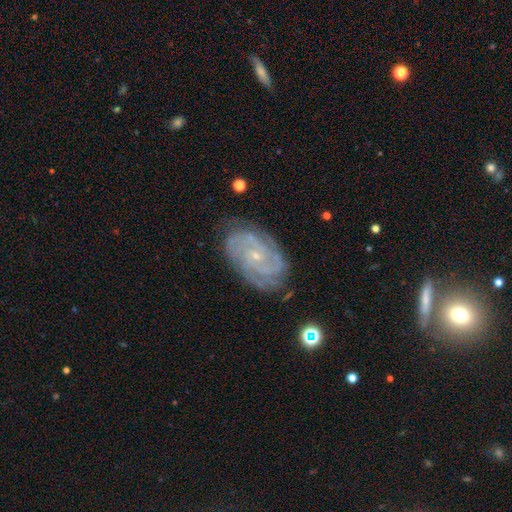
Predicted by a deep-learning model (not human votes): Smooth or featured?
  - featured or disk: 86% *
  - smooth: 7%
  - star or artifact: 7%
Edge-on disk?
  - no: 97% *
  - yes: 3%
Bar?
  - no: 70% *
  - weak: 25%
  - strong: 6%
Spiral arms?
  - yes: 97% *
  - no: 3%
Spiral winding?
  - tight: 68% *
  - medium: 27%
  - loose: 5%
Spiral arm count?
  - 3: 23% *
  - 2: 22%
  - can't tell: 22%
  - 4: 19%
  - more than 4: 8%
  - 1: 7%
Bulge size?
  - small: 82% *
  - moderate: 14%
  - none: 2%
  - large: 1%
  - dominant: 1%
Merging?
  - none: 80% *
  - minor disturbance: 15%
  - major disturbance: 4%
  - merger: 1%